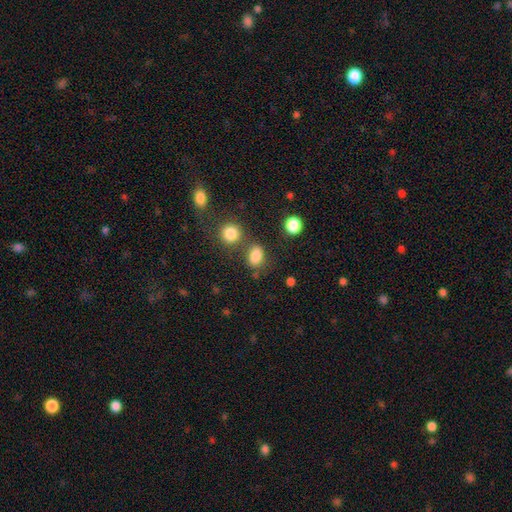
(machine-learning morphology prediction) The model was most divided on "merging": none: 67%, minor disturbance: 14%, merger: 13%, major disturbance: 5%. More confident: smooth or featured — smooth (84%); how rounded — in between (76%).